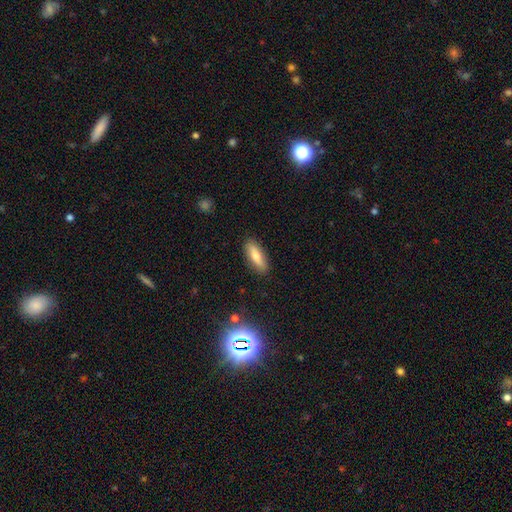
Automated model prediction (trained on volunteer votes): Smooth or featured? smooth (69%)
How rounded? in between (51%)
Merging? none (88%)